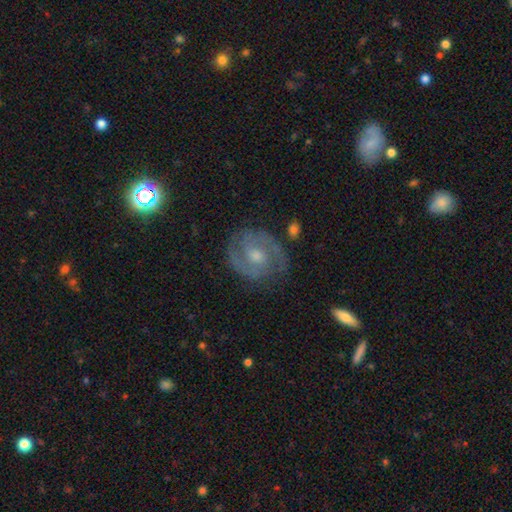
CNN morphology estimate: Smooth or featured? featured or disk (85%)
Edge-on disk? no (98%)
Bar? no (46%)
Spiral arms? yes (96%)
Spiral winding? tight (50%)
Spiral arm count? 2 (84%)
Bulge size? moderate (56%)
Merging? none (81%)